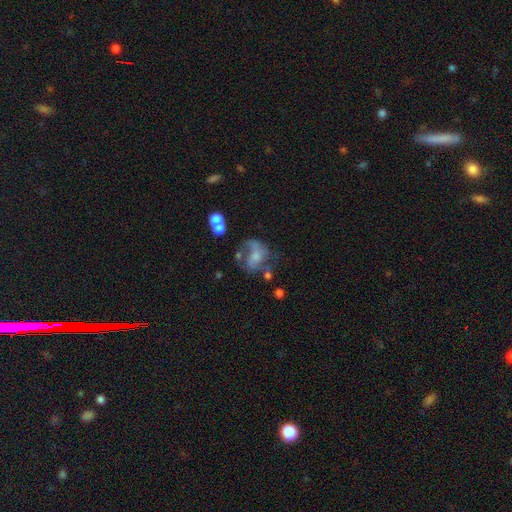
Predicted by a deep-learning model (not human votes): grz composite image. It shows a featured or disk galaxy (55%) with no bar (63%), spiral arms (64%) and a small central bulge (32%). Merging: major disturbance (34%).